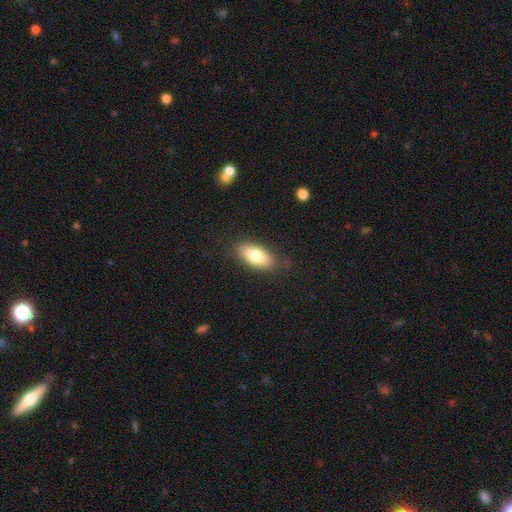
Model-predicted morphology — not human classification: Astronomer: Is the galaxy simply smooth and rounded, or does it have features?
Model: smooth — 77%.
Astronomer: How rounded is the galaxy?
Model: in between — 88%.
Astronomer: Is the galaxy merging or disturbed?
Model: none — 83%.